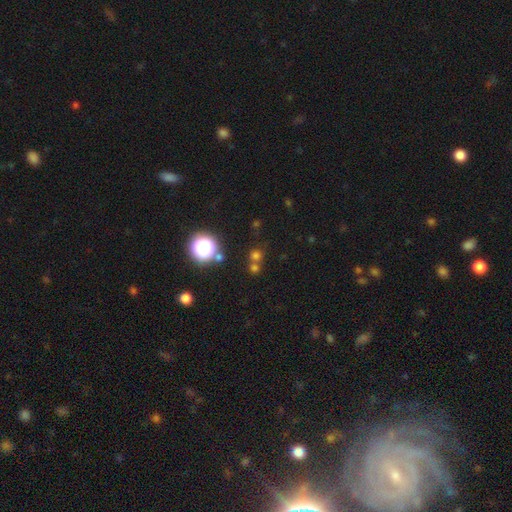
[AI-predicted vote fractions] Overall: smooth (59%; star or artifact 33%). How rounded: round (90%). Merging: none (63%; merger 27%).